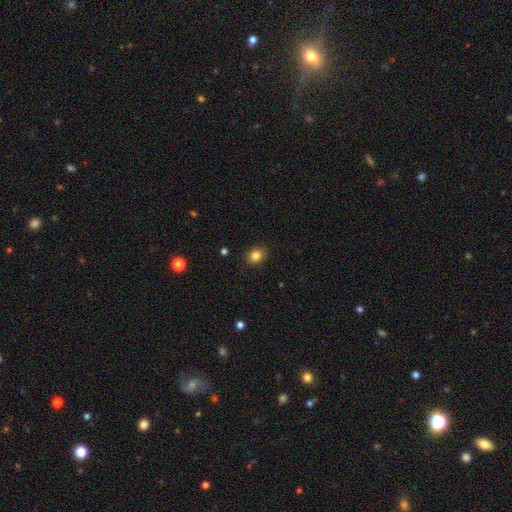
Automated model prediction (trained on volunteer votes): Smooth or featured? Predicted: smooth (p=0.84). How rounded? Predicted: round (p=0.59). Merging? Predicted: none (p=0.89).